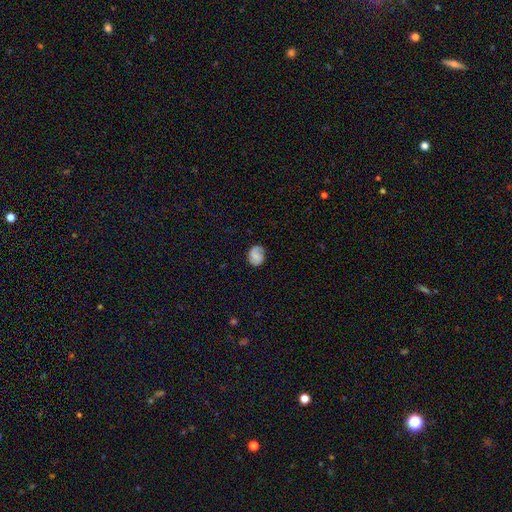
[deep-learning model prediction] A smooth galaxy with no disk features (59%) that is round (57%).

Vote fractions:
- Smooth or featured? smooth: 59% / featured or disk: 32% / star or artifact: 9%
- How rounded? round: 57% / in between: 42% / cigar-shaped: 1%
- Merging? none: 78% / minor disturbance: 17% / major disturbance: 4% / merger: 1%